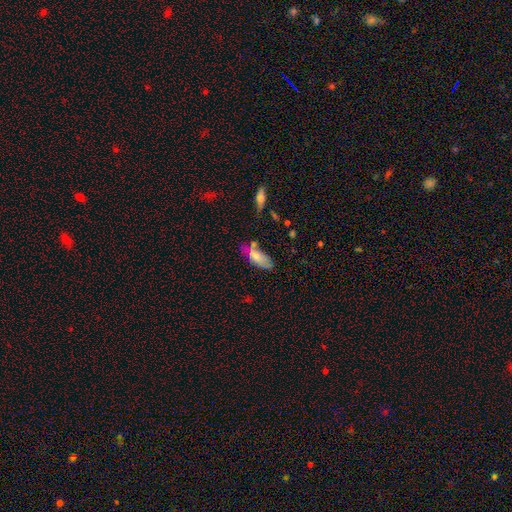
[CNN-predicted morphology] Smooth or featured? Predicted: smooth (p=0.65). How rounded? Predicted: in between (p=0.77). Merging? Predicted: none (p=0.53).